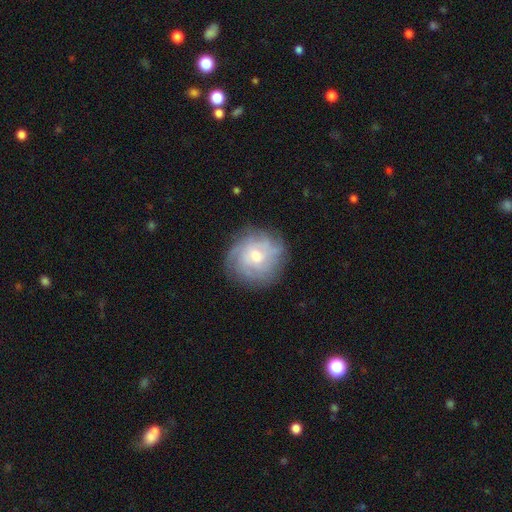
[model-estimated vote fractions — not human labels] smooth-or-featured: featured or disk: 68% | smooth: 23% | star or artifact: 9%
  disk-edge-on: no: 97% | yes: 3%
    bar: no: 74% | weak: 23% | strong: 4%
    has-spiral-arms: yes: 86% | no: 14%
      spiral-winding: tight: 66% | medium: 25% | loose: 10%
      spiral-arm-count: can't tell: 50% | 4: 14% | 3: 11% | more than 4: 10% | 2: 8% | 1: 6%
    bulge-size: moderate: 50% | small: 45% | large: 3% | none: 1% | dominant: 1%
  merging: none: 80% | minor disturbance: 14% | major disturbance: 5% | merger: 1%